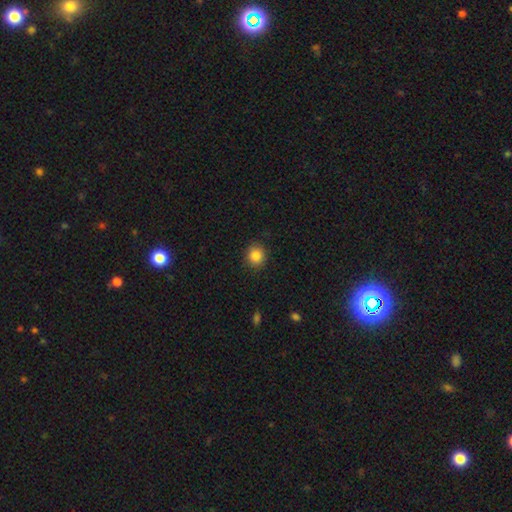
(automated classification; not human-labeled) This is clearly a smooth galaxy (86%). How rounded: clearly round (84%). Merging: clearly none (89%).